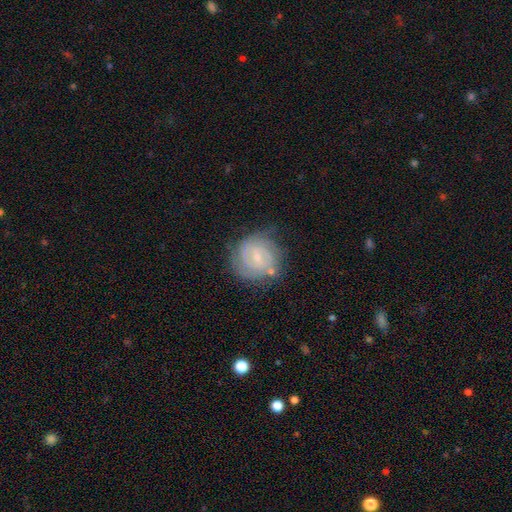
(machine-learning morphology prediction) Smooth or featured? featured or disk (76%)
Edge-on disk? no (98%)
Bar? weak (48%)
Spiral arms? yes (93%)
Spiral winding? tight (72%)
Spiral arm count? 2 (39%)
Bulge size? small (75%)
Merging? none (73%)